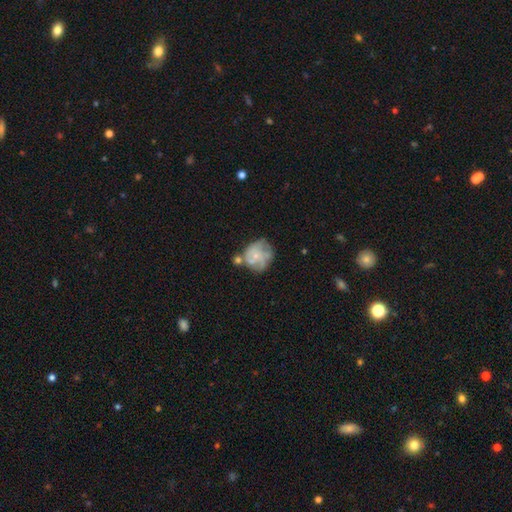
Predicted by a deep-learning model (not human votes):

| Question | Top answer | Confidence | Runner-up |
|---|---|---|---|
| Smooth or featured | featured or disk | 54% | smooth (38%) |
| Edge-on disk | no | 98% | yes (2%) |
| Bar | no | 85% | weak (13%) |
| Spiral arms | no | 51% | yes (49%) |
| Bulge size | small | 70% | moderate (19%) |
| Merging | none | 40% | minor disturbance (25%) |